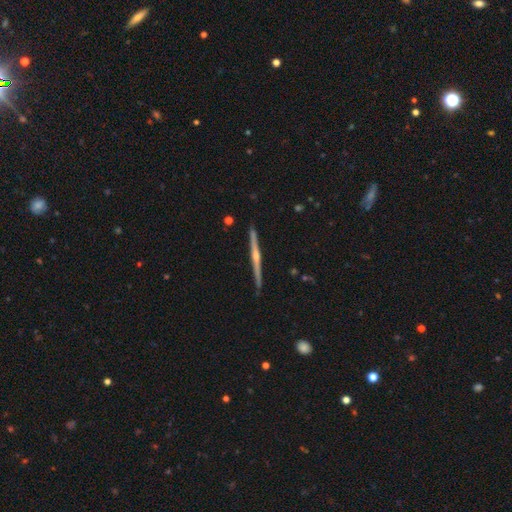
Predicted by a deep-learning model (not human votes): This is clearly a featured or disk galaxy (80%). It is clearly viewed edge-on (98%). Edge-on bulge: clearly rounded (80%). Merging: clearly none (88%).